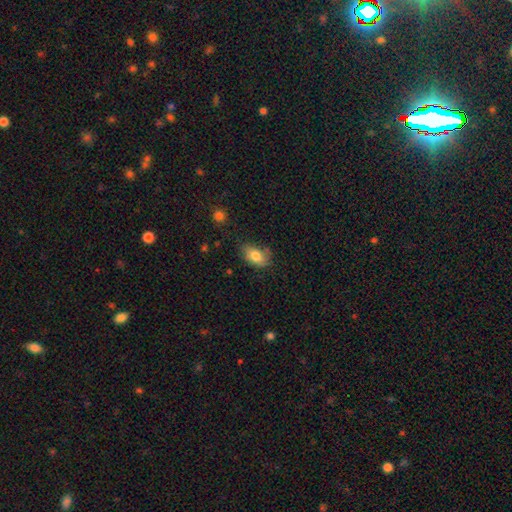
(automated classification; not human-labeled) Overall: smooth (81%). How rounded: in between (87%). Merging: none (66%).